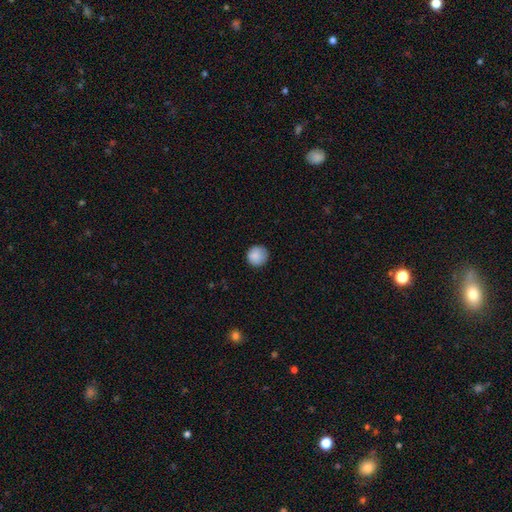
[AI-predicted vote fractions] smooth 88%, star or artifact 8%, featured or disk 4%. Down the decision tree: how rounded — round (94%); merging — none (87%).